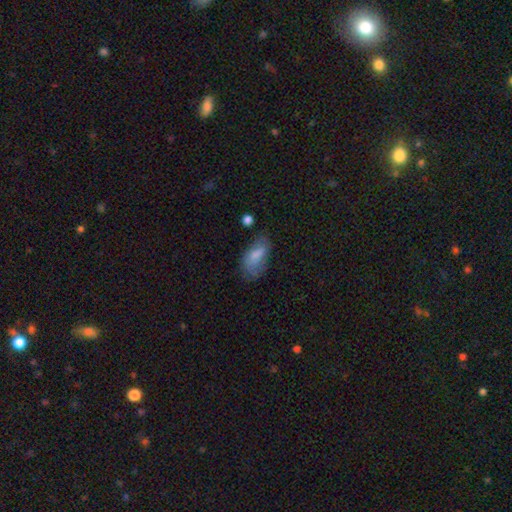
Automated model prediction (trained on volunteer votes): This is likely a smooth galaxy (74%). How rounded: clearly in between (88%). Merging: possibly none (51%).